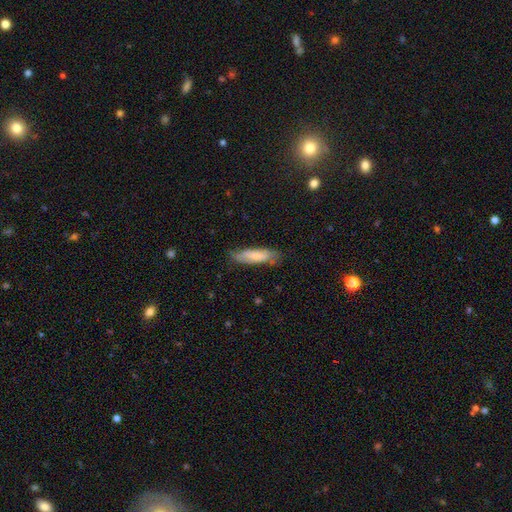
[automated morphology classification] smooth 72%, featured or disk 22%, star or artifact 6%. Down the decision tree: how rounded — cigar-shaped (58%); merging — none (72%).